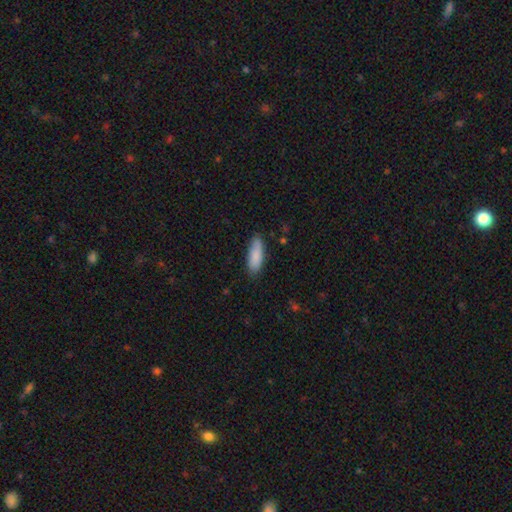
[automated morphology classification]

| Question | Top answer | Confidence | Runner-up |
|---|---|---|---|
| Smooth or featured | smooth | 86% | featured or disk (8%) |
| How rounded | in between | 63% | cigar-shaped (36%) |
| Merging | none | 81% | minor disturbance (15%) |